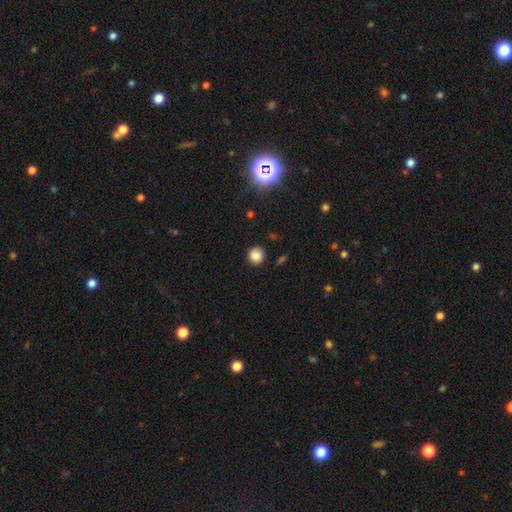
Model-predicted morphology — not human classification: Smooth or featured? Predicted: smooth (p=0.84). How rounded? Predicted: round (p=0.90). Merging? Predicted: none (p=0.85).